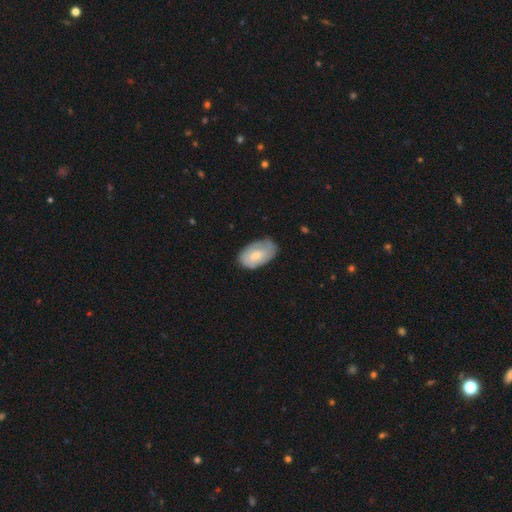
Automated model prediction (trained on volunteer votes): This appears to be a smooth galaxy with no disk features (63%) that is in between round and cigar-shaped (93%). Merging: none (64%).